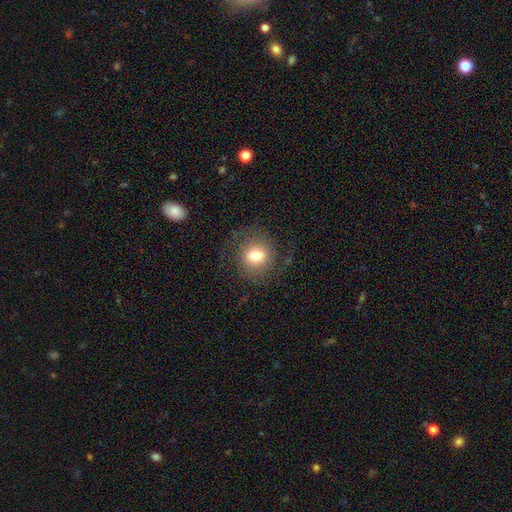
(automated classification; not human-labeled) Smooth or featured? Predicted: smooth (p=0.65). How rounded? Predicted: round (p=0.83). Merging? Predicted: none (p=0.75).